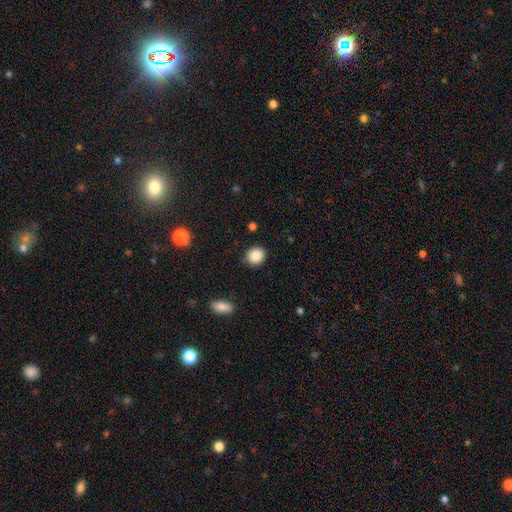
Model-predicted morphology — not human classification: Smooth or featured: smooth — 87% (star or artifact — 9%)
How rounded: round — 84% (in between — 15%)
Merging: none — 88% (minor disturbance — 8%)